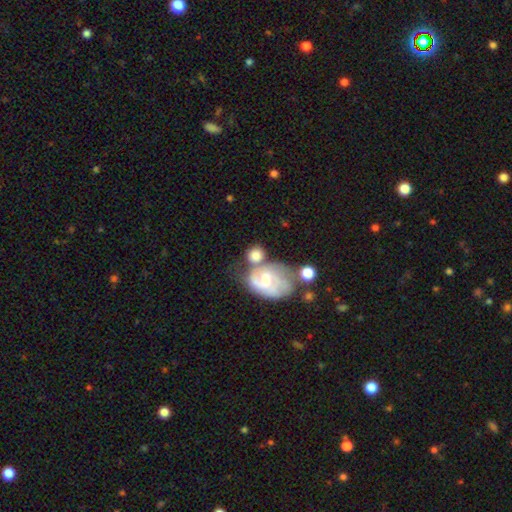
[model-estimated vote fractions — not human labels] This appears to be a smooth galaxy with no disk features (56%) that is round (63%). Merging: none (37%).